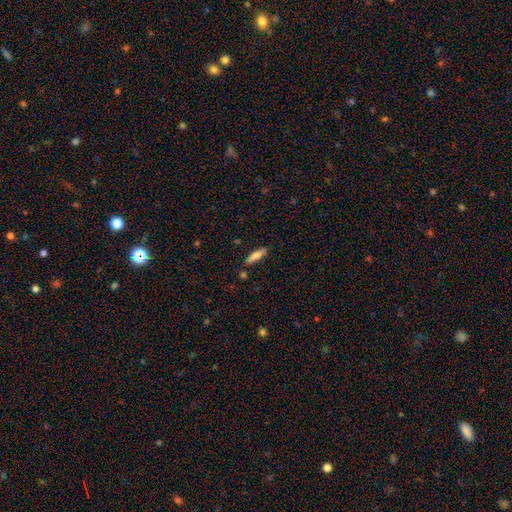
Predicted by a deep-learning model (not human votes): Smooth or featured?
  - smooth: 60% *
  - featured or disk: 34%
  - star or artifact: 6%
How rounded?
  - cigar-shaped: 68% *
  - in between: 30%
  - round: 2%
Merging?
  - none: 86% *
  - minor disturbance: 9%
  - merger: 3%
  - major disturbance: 2%